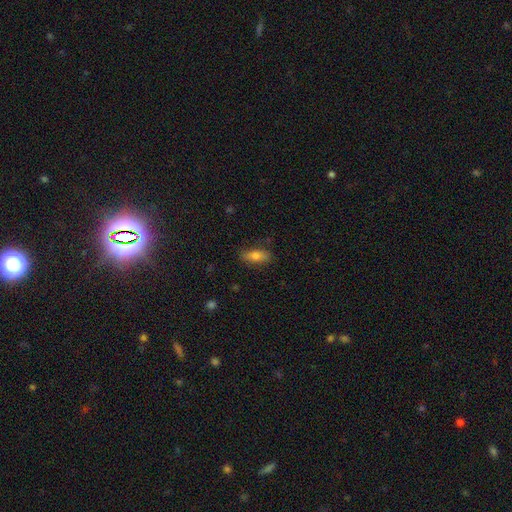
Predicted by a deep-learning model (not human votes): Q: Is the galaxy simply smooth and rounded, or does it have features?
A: smooth — 75%.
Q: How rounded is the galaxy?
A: in between — 75%.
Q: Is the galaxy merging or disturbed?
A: none — 81%.